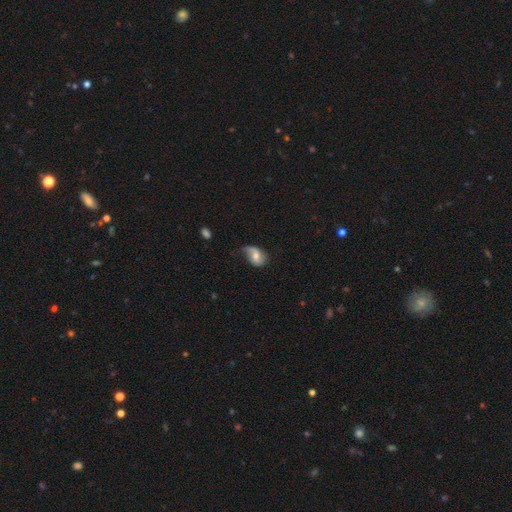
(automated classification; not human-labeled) A featured or disk galaxy (50%). Merging: none (42%).